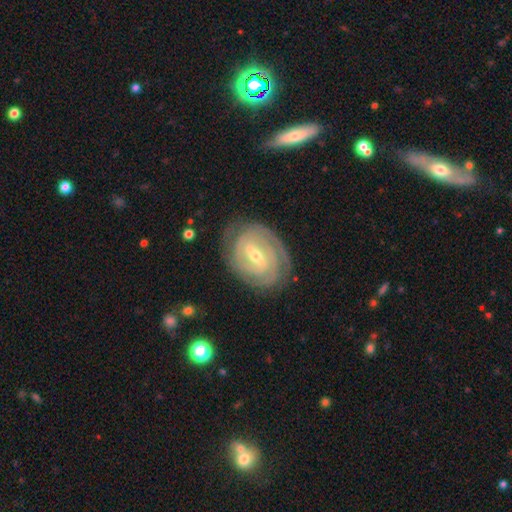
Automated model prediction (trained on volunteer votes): featured or disk 88%, smooth 7%, star or artifact 5%. Down the decision tree: edge-on disk — no (97%); bar — weak (45%); spiral arms — yes (96%); spiral arm count — 2 (34%); spiral winding — tight (79%); bulge size — small (56%); merging — none (81%).